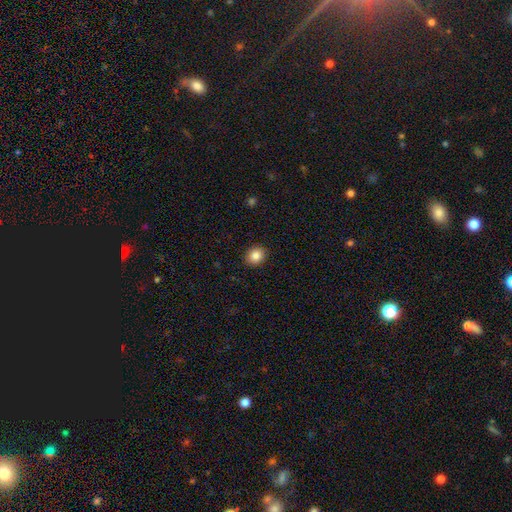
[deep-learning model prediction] Overall: smooth (86%). How rounded: round (67%; in between 32%). Merging: none (91%).